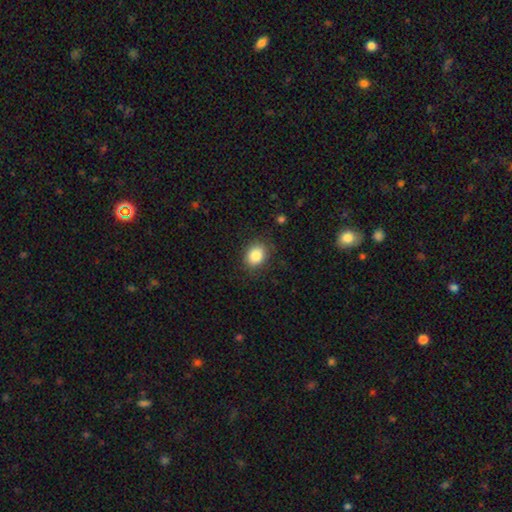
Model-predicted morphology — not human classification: Overall: smooth (86%). How rounded: in between (54%; round 45%). Merging: none (85%).